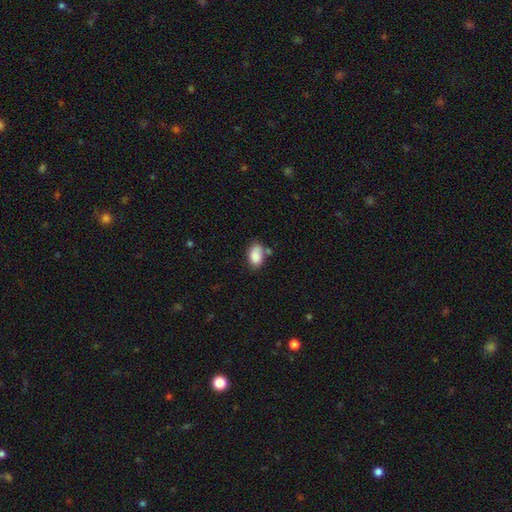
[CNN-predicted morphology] Overall: smooth (87%). How rounded: in between (89%). Merging: none (61%; minor disturbance 22%).